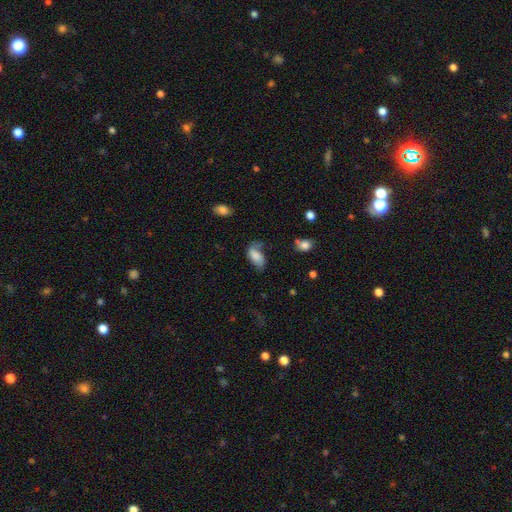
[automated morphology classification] Overall: smooth (70%). How rounded: in between (92%). Merging: none (40%; minor disturbance 32%).